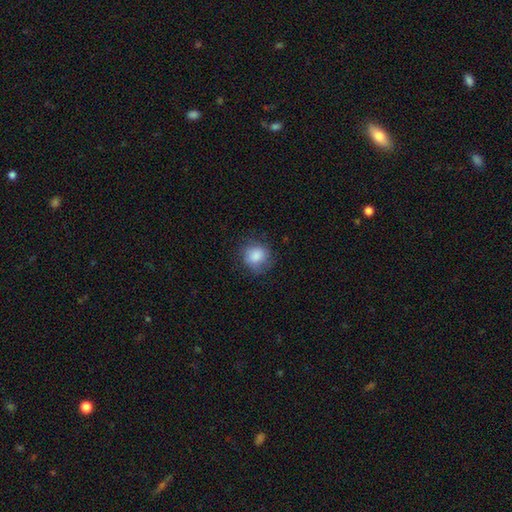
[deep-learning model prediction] Overall: smooth (84%). How rounded: round (82%). Merging: none (74%).